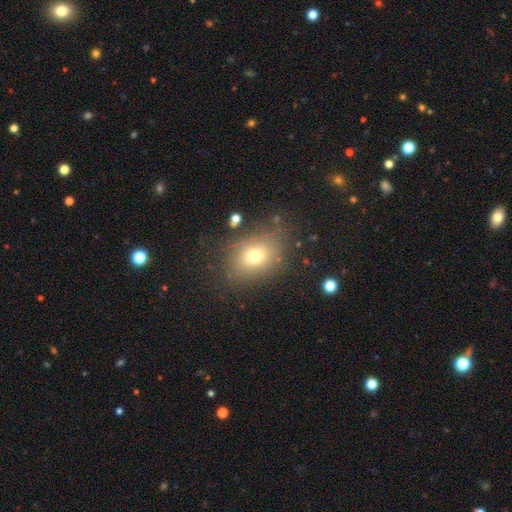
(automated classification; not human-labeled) Smooth or featured: smooth — 63% (star or artifact — 26%)
How rounded: in between — 57% (round — 41%)
Merging: none — 82% (minor disturbance — 11%)